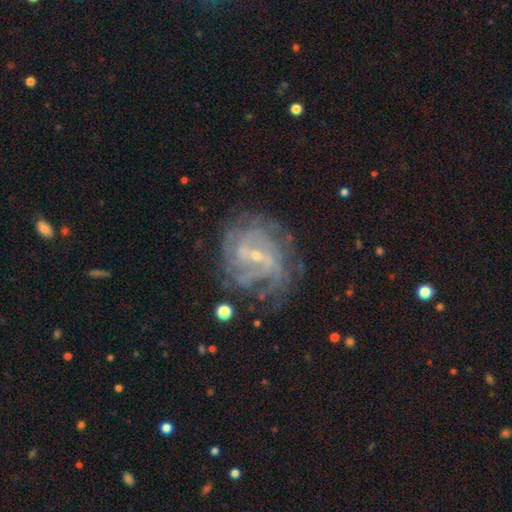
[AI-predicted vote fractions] smooth_or_featured: featured or disk (p=0.87) [alt: star or artifact p=0.07]
disk_edge_on: no (p=0.97) [alt: yes p=0.03]
bar: weak (p=0.50) [alt: strong p=0.30]
has_spiral_arms: yes (p=0.95) [alt: no p=0.05]
spiral_winding: tight (p=0.53) [alt: medium p=0.37]
spiral_arm_count: can't tell (p=0.30) [alt: 2 p=0.19]
bulge_size: small (p=0.77) [alt: moderate p=0.19]
merging: none (p=0.69) [alt: minor disturbance p=0.18]